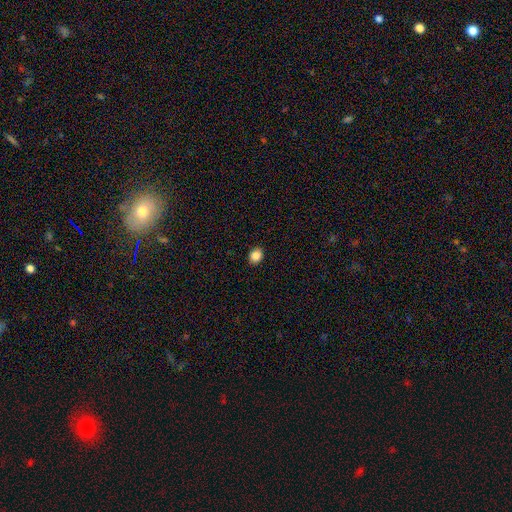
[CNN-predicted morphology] type=smooth (86%); roundness=round (58%); merging=none (91%).